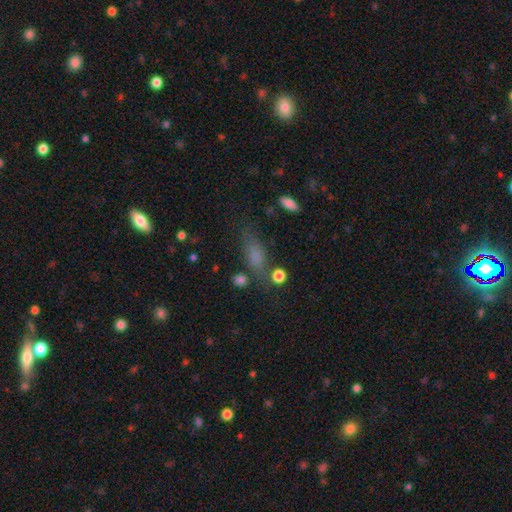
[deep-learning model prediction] smooth_or_featured: smooth (p=0.69) [alt: star or artifact p=0.16]
how_rounded: in between (p=0.65) [alt: cigar-shaped p=0.26]
merging: none (p=0.56) [alt: minor disturbance p=0.22]